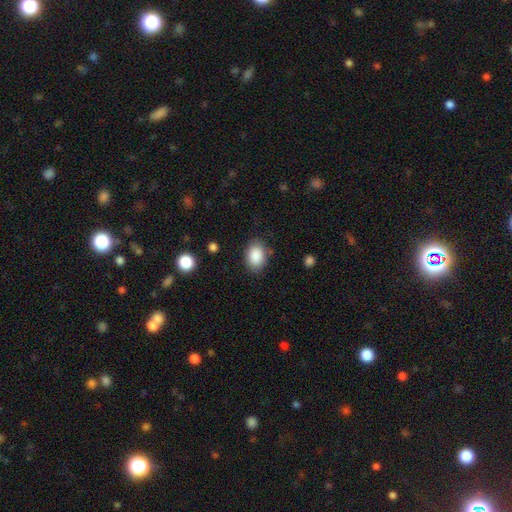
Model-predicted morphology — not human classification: A smooth galaxy with no disk features (89%) that is in between round and cigar-shaped (80%). Merging: none (83%).